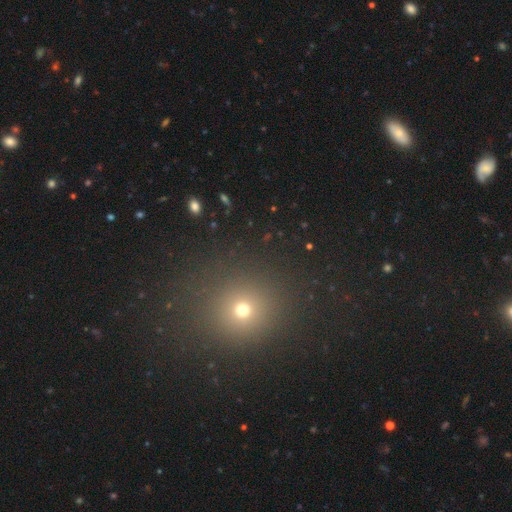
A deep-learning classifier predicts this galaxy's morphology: This appears to be a smooth galaxy with no disk features (59%) that is round (83%). Merging: none (88%).